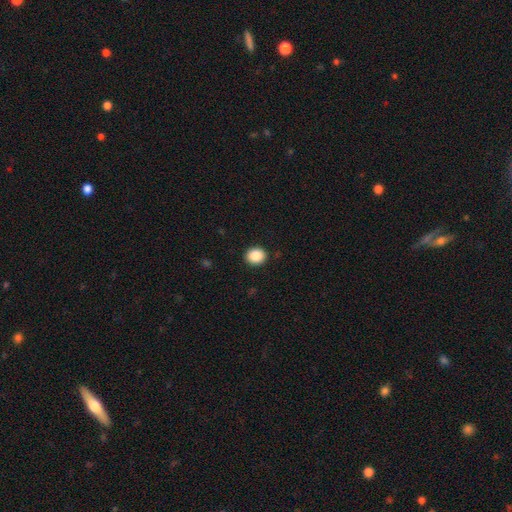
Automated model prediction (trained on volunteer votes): Overall: smooth (87%). How rounded: round (71%). Merging: none (91%).